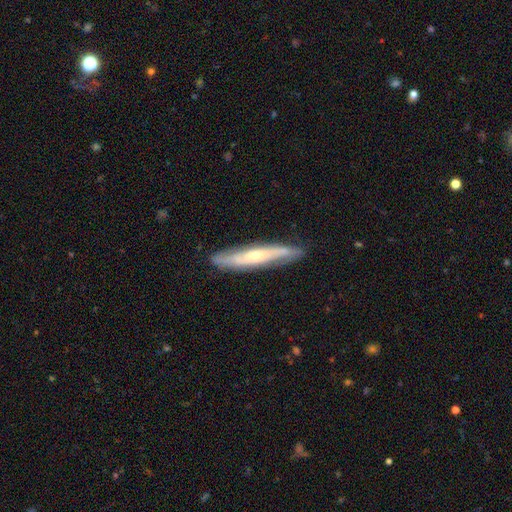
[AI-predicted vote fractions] A featured or disk galaxy (66%) viewed edge-on (59%).

Vote fractions:
- Smooth or featured? featured or disk: 66% / smooth: 28% / star or artifact: 6%
- Edge-on disk? yes: 59% / no: 41%
- Merging? none: 82% / minor disturbance: 13% / major disturbance: 3% / merger: 1%